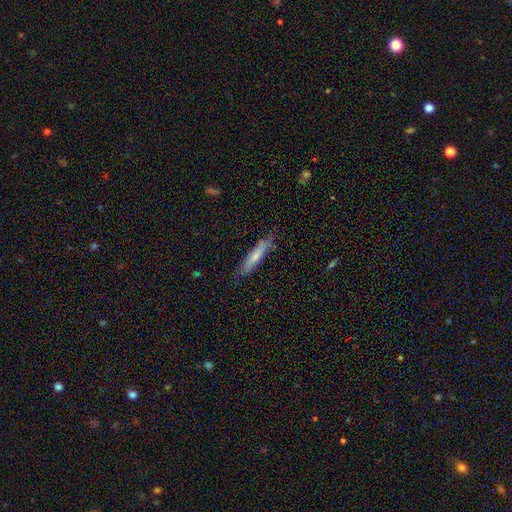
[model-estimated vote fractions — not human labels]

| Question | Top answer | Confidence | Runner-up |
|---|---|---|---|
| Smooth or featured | smooth | 64% | featured or disk (30%) |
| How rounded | cigar-shaped | 88% | in between (10%) |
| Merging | none | 79% | minor disturbance (16%) |